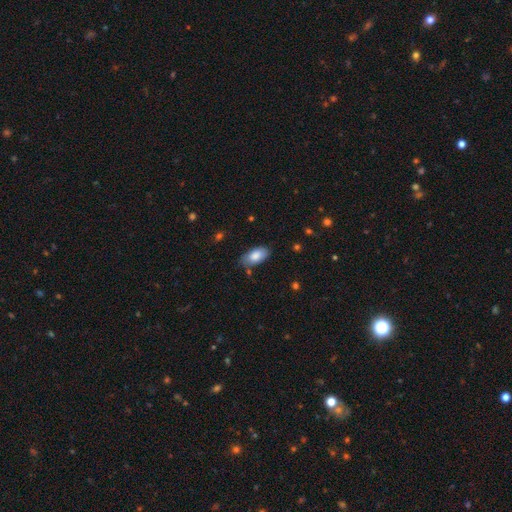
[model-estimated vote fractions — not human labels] Smooth or featured? Predicted: smooth (p=0.83). How rounded? Predicted: in between (p=0.94). Merging? Predicted: none (p=0.72).